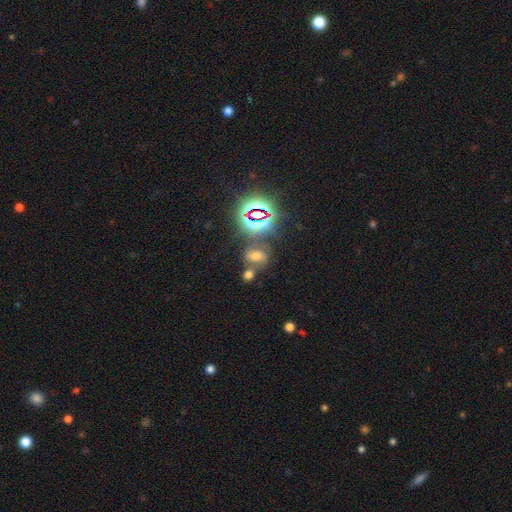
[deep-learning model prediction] Morphology: type=smooth (42%); merging=none (53%).